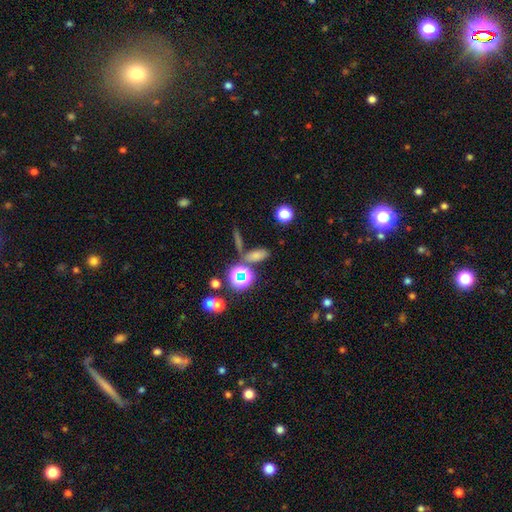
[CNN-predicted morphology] Smooth or featured? smooth (68%)
How rounded? in between (67%)
Merging? none (68%)